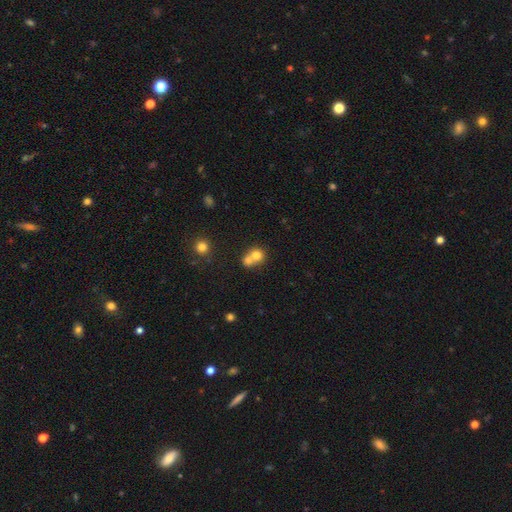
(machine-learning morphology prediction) This is likely a smooth galaxy (74%). How rounded: clearly round (81%). Merging: likely merger (61%).